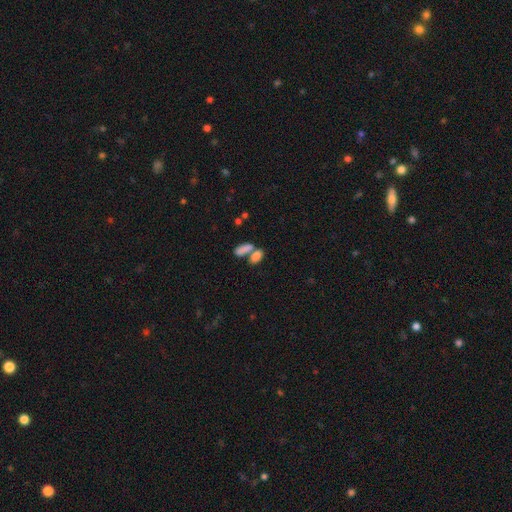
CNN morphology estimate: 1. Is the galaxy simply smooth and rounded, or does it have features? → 83% smooth, 8% featured or disk, 8% star or artifact.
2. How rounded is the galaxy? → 85% in between, 10% cigar-shaped, 5% round.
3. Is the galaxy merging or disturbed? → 55% merger, 33% none, 8% minor disturbance, 5% major disturbance.